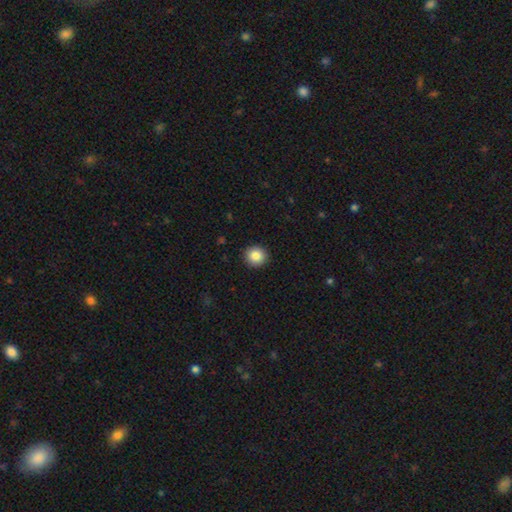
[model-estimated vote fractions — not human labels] Smooth or featured?
  - smooth: 86% *
  - star or artifact: 9%
  - featured or disk: 5%
How rounded?
  - round: 93% *
  - in between: 6%
  - cigar-shaped: 1%
Merging?
  - none: 92% *
  - minor disturbance: 5%
  - major disturbance: 2%
  - merger: 1%